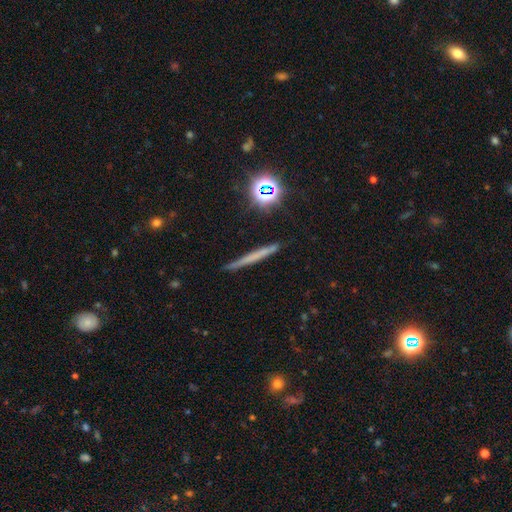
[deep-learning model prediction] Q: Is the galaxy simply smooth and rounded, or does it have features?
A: smooth — 48%.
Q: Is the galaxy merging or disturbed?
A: none — 86%.